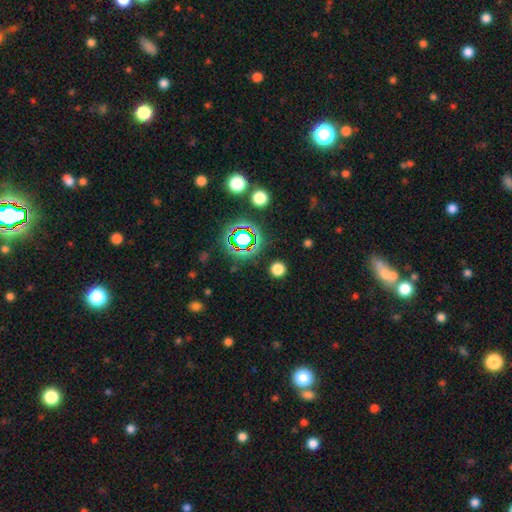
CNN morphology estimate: Q: Smooth or featured?
A: star or artifact (72%); runner-up: smooth (17%)